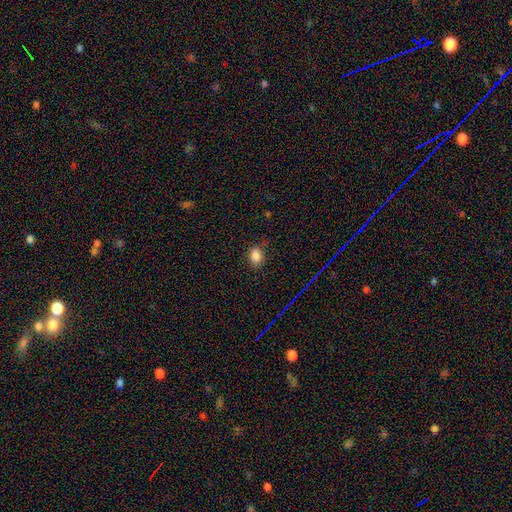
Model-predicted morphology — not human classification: This appears to be a smooth galaxy with no disk features (82%) that is in between round and cigar-shaped (71%). Merging: none (79%).